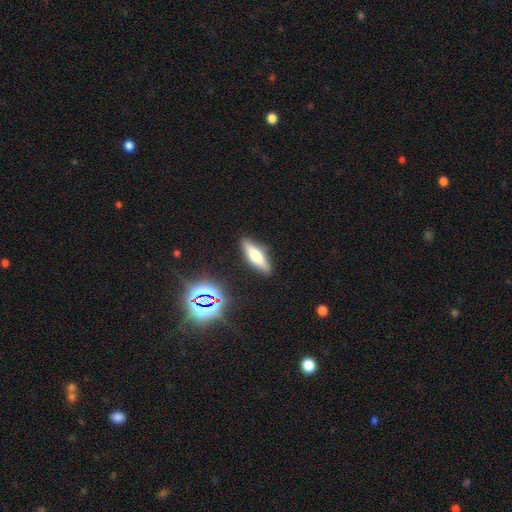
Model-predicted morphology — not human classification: smooth_or_featured: smooth (p=0.56) [alt: featured or disk p=0.34]
how_rounded: cigar-shaped (p=0.55) [alt: in between p=0.42]
merging: none (p=0.87) [alt: minor disturbance p=0.09]